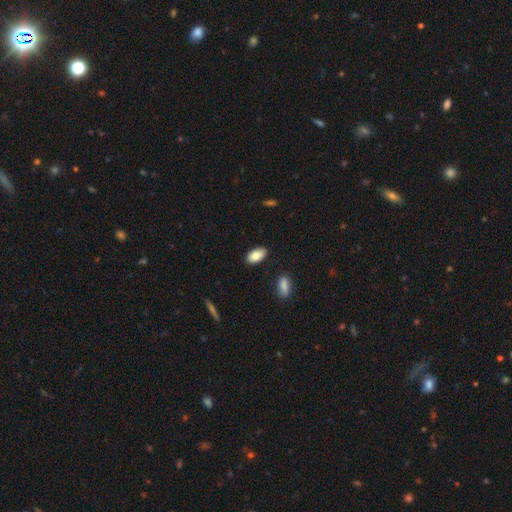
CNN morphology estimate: This is clearly a smooth galaxy (84%). How rounded: clearly in between (94%). Merging: clearly none (87%).